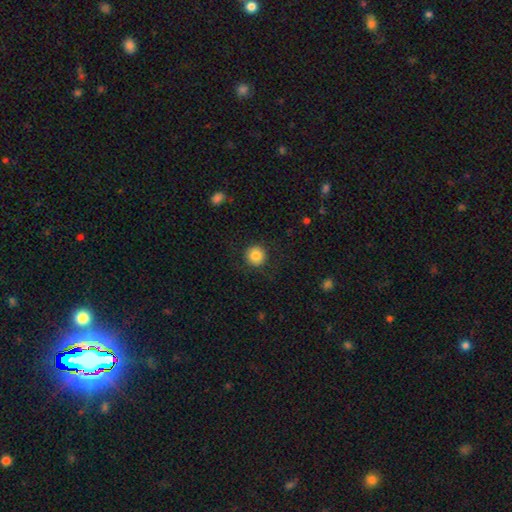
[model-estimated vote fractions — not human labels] smooth-or-featured: smooth: 85% | star or artifact: 9% | featured or disk: 6%
  how-rounded: round: 95% | in between: 4% | cigar-shaped: 1%
  merging: none: 88% | minor disturbance: 8% | major disturbance: 3% | merger: 1%